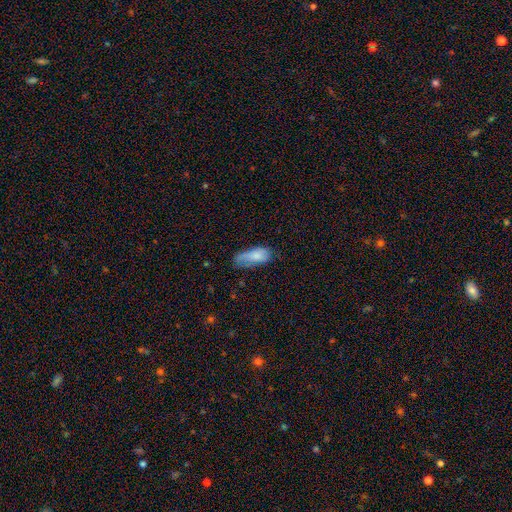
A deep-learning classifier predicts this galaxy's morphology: Smooth or featured: smooth — 79% (featured or disk — 14%)
How rounded: in between — 83% (cigar-shaped — 15%)
Merging: none — 43% (minor disturbance — 36%)